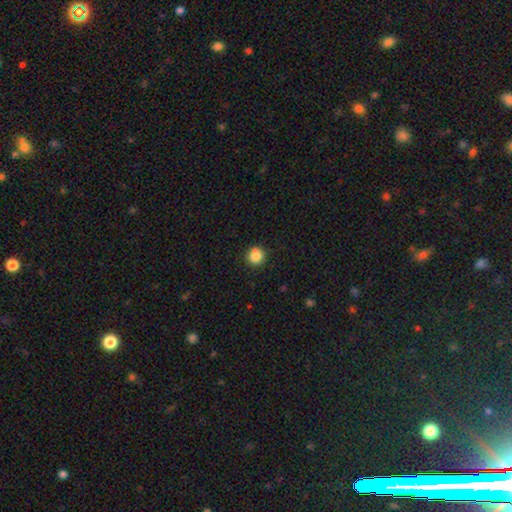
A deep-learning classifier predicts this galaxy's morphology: The model was most divided on "smooth or featured": smooth: 86%, star or artifact: 10%, featured or disk: 4%. More confident: how rounded — round (90%); merging — none (87%).